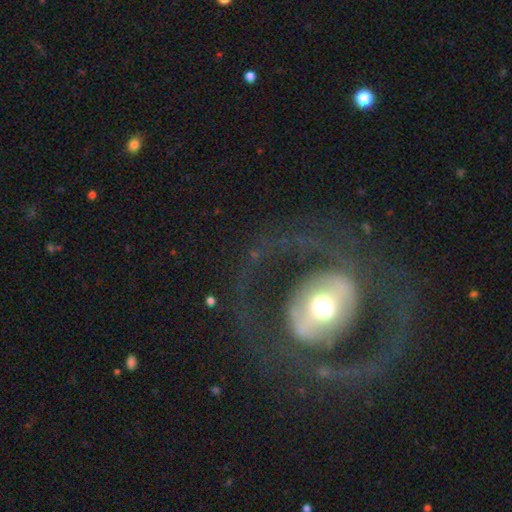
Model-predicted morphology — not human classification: A featured or disk galaxy (75%) with no bar (39%), spiral arms (51%) and a moderate central bulge (59%).

Vote fractions:
- Smooth or featured? featured or disk: 75% / smooth: 18% / star or artifact: 7%
- Edge-on disk? no: 94% / yes: 6%
- Bar? no: 39% / strong: 33% / weak: 28%
- Spiral arms? yes: 51% / no: 49%
- Bulge size? moderate: 59% / large: 24% / small: 11% / dominant: 4% / none: 1%
- Merging? none: 76% / major disturbance: 14% / minor disturbance: 9% / merger: 1%